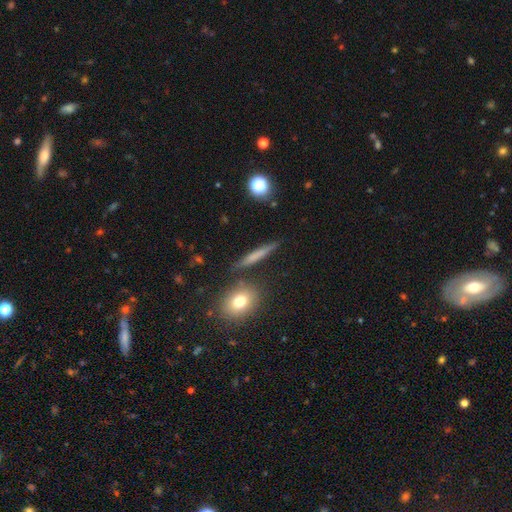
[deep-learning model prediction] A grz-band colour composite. It shows a smooth galaxy with no disk features (58%) that is cigar-shaped (86%). Merging: none (85%).